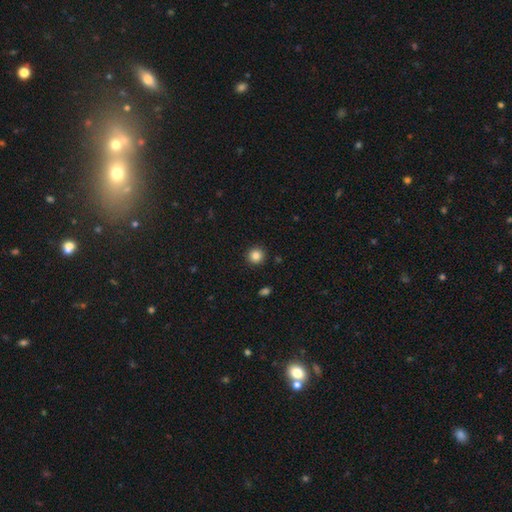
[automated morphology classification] Q: Smooth or featured?
A: smooth (85%); runner-up: star or artifact (10%)
Q: How rounded?
A: round (94%); runner-up: in between (5%)
Q: Merging?
A: none (92%); runner-up: minor disturbance (5%)